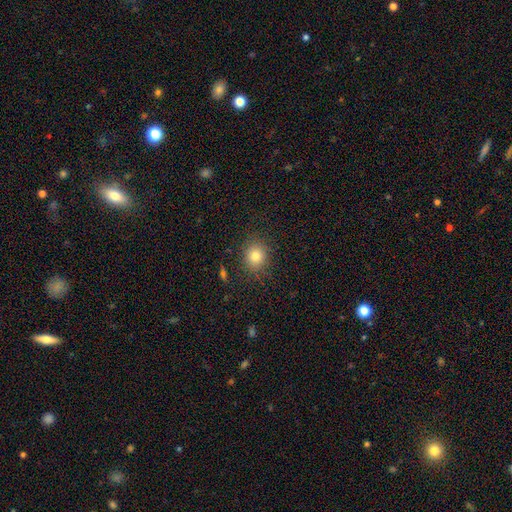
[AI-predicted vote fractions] smooth 80%, star or artifact 12%, featured or disk 8%. Down the decision tree: how rounded — round (76%); merging — none (86%).